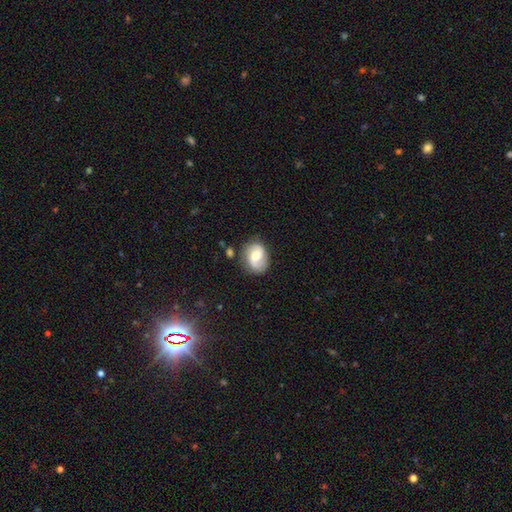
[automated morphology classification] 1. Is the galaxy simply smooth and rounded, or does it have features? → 54% featured or disk, 38% smooth, 7% star or artifact.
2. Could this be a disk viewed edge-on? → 97% no, 3% yes.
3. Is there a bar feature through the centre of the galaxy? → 50% no, 40% weak, 10% strong.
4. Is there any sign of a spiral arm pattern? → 87% yes, 13% no.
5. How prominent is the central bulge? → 64% moderate, 25% small, 7% large, 2% none, 1% dominant.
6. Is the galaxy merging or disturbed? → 73% none, 18% minor disturbance, 5% major disturbance, 3% merger.